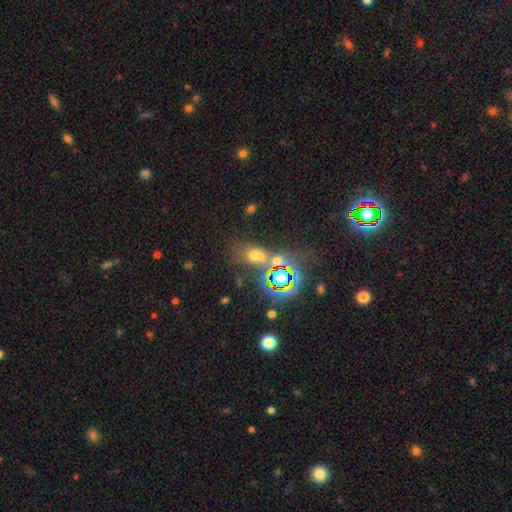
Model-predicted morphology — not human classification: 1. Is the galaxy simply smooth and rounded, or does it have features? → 49% smooth, 38% star or artifact, 13% featured or disk.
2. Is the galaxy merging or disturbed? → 45% none, 31% merger, 14% minor disturbance, 11% major disturbance.